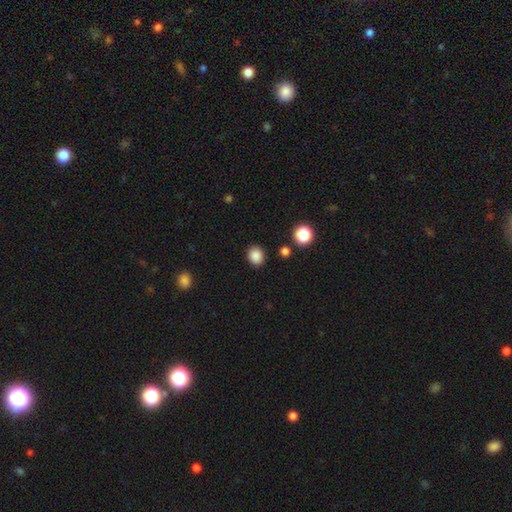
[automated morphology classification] smooth 87%, star or artifact 10%, featured or disk 3%. Down the decision tree: how rounded — round (65%); merging — none (88%).